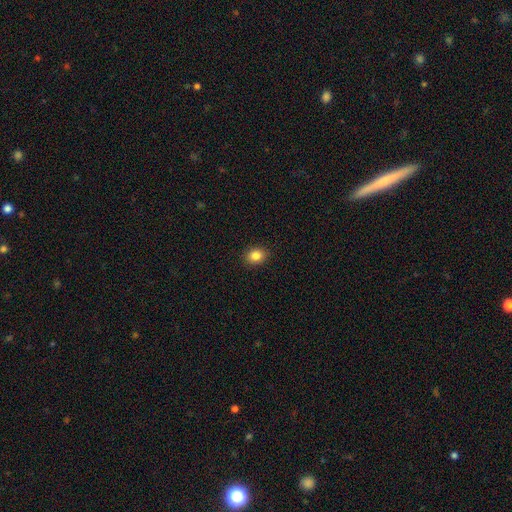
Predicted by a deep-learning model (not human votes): smooth_or_featured: smooth (p=0.84) [alt: star or artifact p=0.10]
how_rounded: in between (p=0.51) [alt: round p=0.48]
merging: none (p=0.90) [alt: minor disturbance p=0.07]